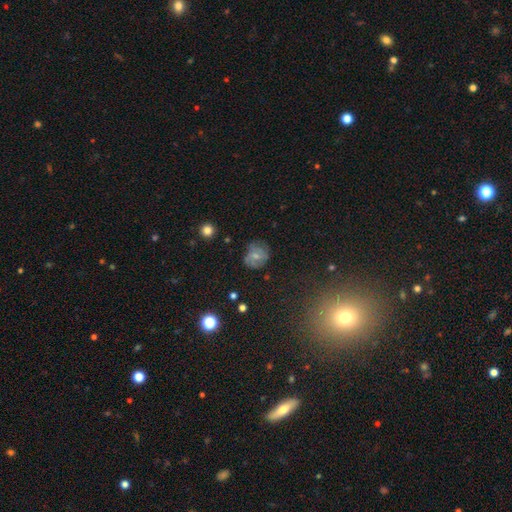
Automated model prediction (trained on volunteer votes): Smooth or featured? Predicted: featured or disk (p=0.45). Merging? Predicted: none (p=0.65).